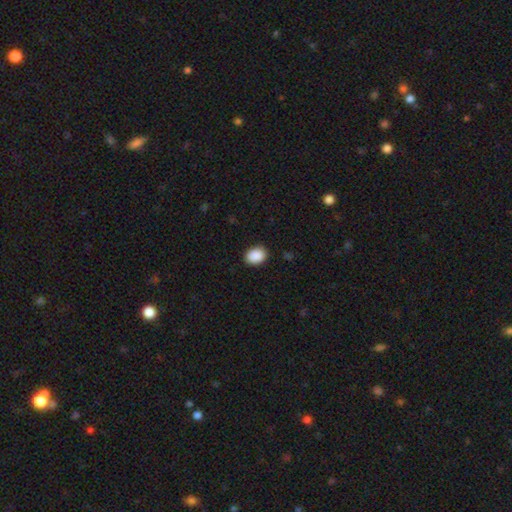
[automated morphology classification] Smooth or featured: smooth — 90% (star or artifact — 7%)
How rounded: in between — 69% (round — 30%)
Merging: none — 89% (minor disturbance — 8%)